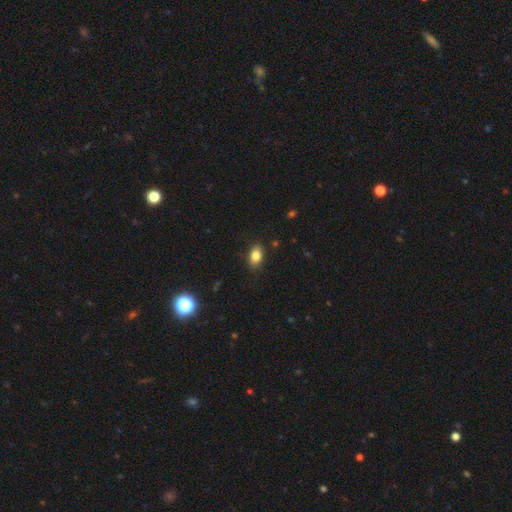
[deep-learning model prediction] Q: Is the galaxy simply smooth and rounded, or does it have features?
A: smooth — 83%.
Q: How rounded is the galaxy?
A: in between — 87%.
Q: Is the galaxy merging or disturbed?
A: none — 86%.